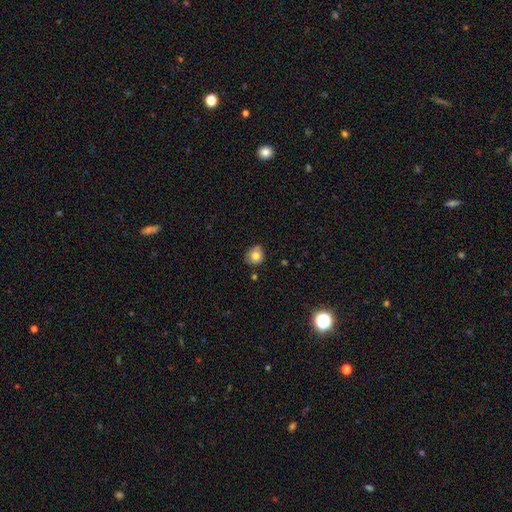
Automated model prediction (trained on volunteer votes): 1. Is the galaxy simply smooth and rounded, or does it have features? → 79% smooth, 12% featured or disk, 10% star or artifact.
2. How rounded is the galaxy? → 83% round, 16% in between, 1% cigar-shaped.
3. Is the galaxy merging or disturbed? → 79% none, 16% minor disturbance, 3% major disturbance, 3% merger.